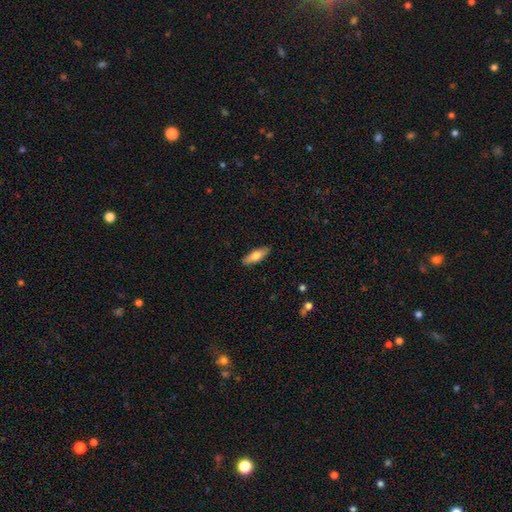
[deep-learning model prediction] Smooth or featured? Predicted: smooth (p=0.68). How rounded? Predicted: in between (p=0.52). Merging? Predicted: none (p=0.89).